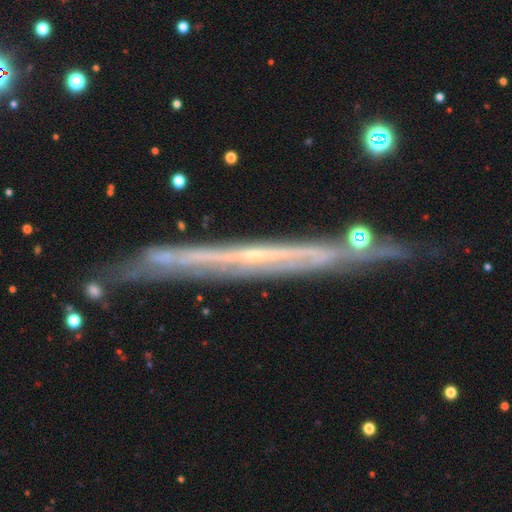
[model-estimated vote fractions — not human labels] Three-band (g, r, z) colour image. It shows a featured or disk galaxy (80%) viewed edge-on (90%) with no central bulge (75%). Merging: none (70%).